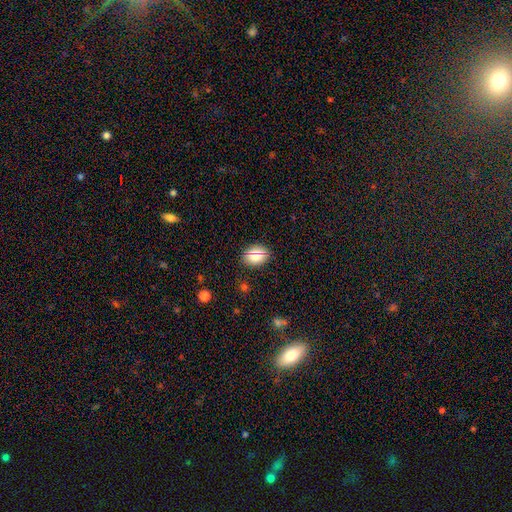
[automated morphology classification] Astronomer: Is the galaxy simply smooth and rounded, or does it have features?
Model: smooth — 79%.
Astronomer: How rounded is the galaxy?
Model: in between — 65%.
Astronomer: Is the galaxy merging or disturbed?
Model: none — 84%.